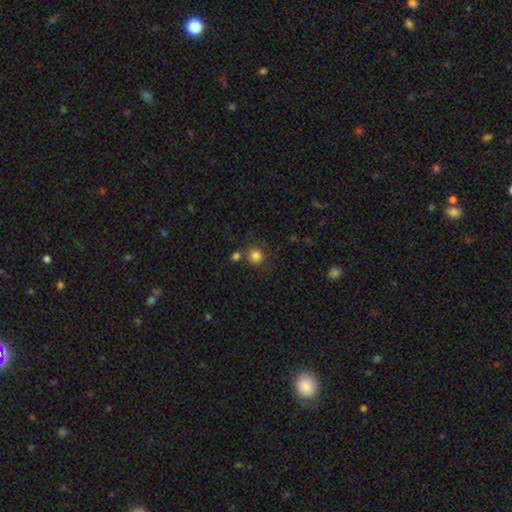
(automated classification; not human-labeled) Morphology: type=smooth (84%); roundness=round (91%); merging=none (74%).